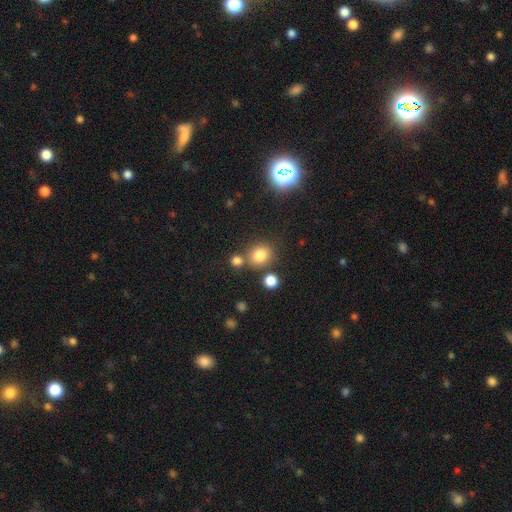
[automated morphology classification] A smooth galaxy with no disk features (50%).

Vote fractions:
- Smooth or featured? smooth: 50% / star or artifact: 43% / featured or disk: 7%
- Merging? none: 77% / merger: 12% / minor disturbance: 7% / major disturbance: 3%